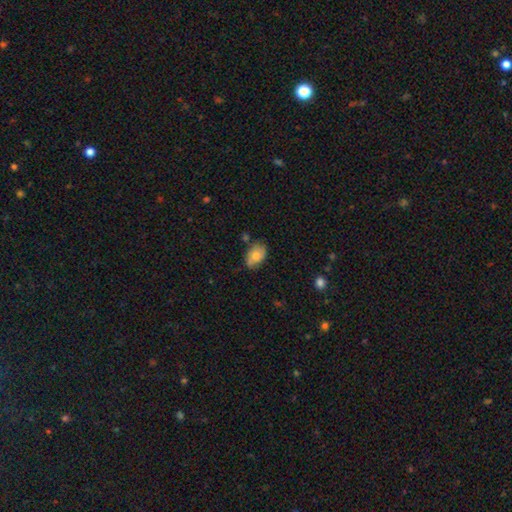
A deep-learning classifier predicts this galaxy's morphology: smooth-or-featured: smooth: 73% | featured or disk: 19% | star or artifact: 8%
  how-rounded: in between: 83% | round: 16% | cigar-shaped: 1%
  merging: none: 61% | minor disturbance: 30% | major disturbance: 5% | merger: 4%